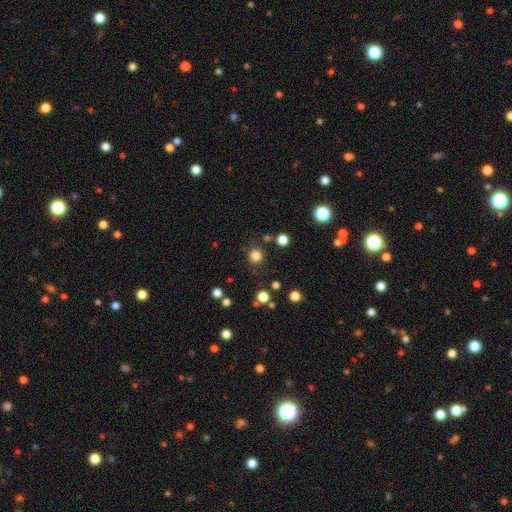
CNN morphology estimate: A smooth galaxy with no disk features (81%) that is round (94%).

Vote fractions:
- Smooth or featured? smooth: 81% / star or artifact: 15% / featured or disk: 4%
- How rounded? round: 94% / in between: 5% / cigar-shaped: 1%
- Merging? none: 85% / minor disturbance: 8% / merger: 4% / major disturbance: 3%